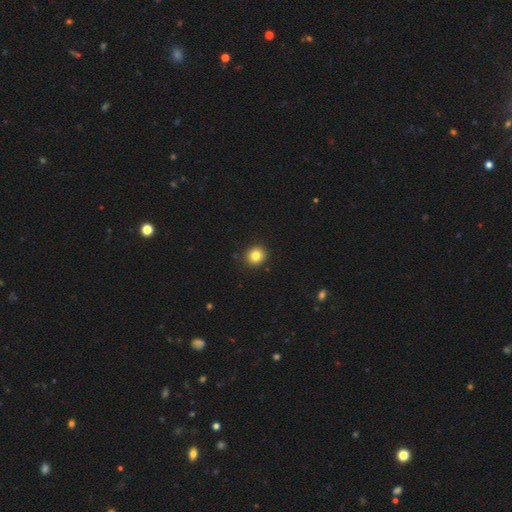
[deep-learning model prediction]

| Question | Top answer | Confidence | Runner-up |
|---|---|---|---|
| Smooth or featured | smooth | 83% | star or artifact (11%) |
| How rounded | round | 86% | in between (14%) |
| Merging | none | 91% | minor disturbance (6%) |